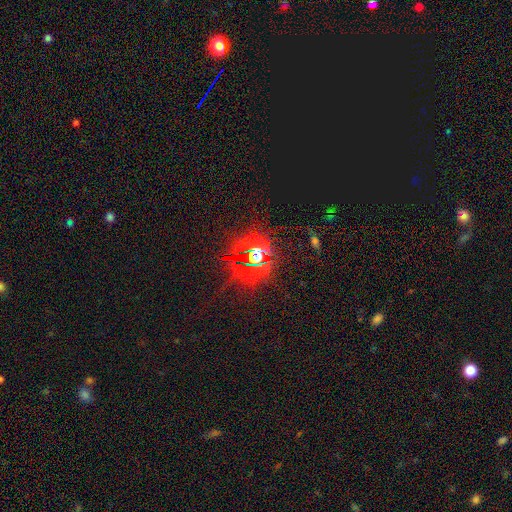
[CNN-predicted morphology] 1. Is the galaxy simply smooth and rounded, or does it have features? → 79% star or artifact, 12% smooth, 10% featured or disk.